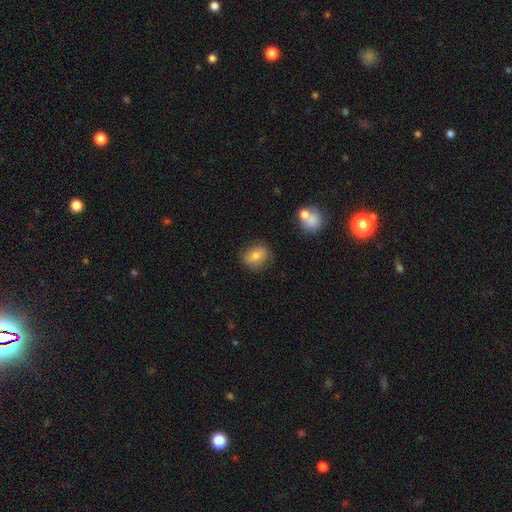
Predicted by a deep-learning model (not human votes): smooth_or_featured: smooth (p=0.75) [alt: featured or disk p=0.16]
how_rounded: round (p=0.56) [alt: in between p=0.43]
merging: none (p=0.80) [alt: minor disturbance p=0.15]